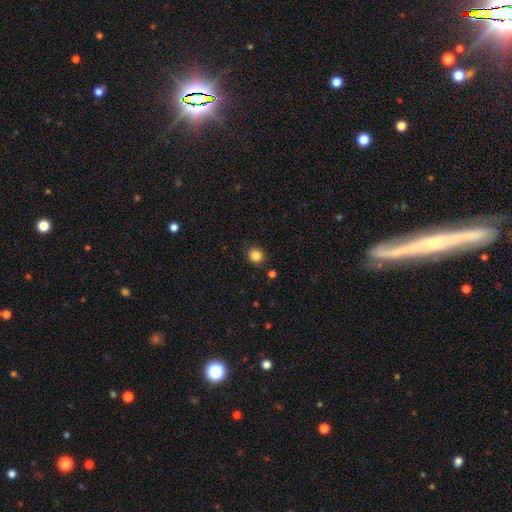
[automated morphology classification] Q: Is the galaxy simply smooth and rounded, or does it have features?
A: smooth — 85%.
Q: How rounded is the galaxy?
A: round — 88%.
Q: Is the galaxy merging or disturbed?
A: none — 86%.